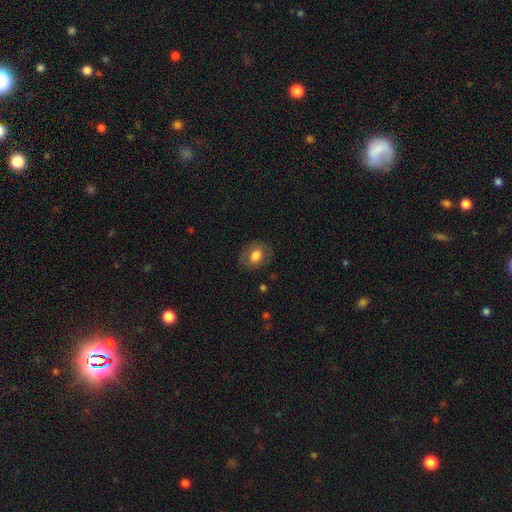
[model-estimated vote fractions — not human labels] smooth-or-featured: smooth: 74% | featured or disk: 18% | star or artifact: 8%
  how-rounded: in between: 52% | round: 47% | cigar-shaped: 1%
  merging: none: 82% | minor disturbance: 12% | major disturbance: 5% | merger: 1%